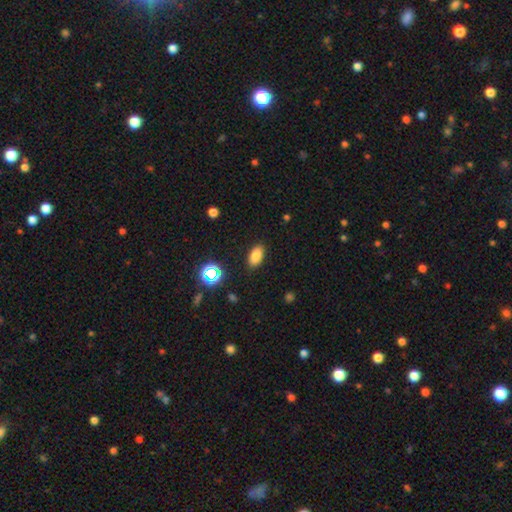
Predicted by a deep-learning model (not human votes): smooth 80%, star or artifact 13%, featured or disk 7%. Down the decision tree: how rounded — in between (90%); merging — none (87%).